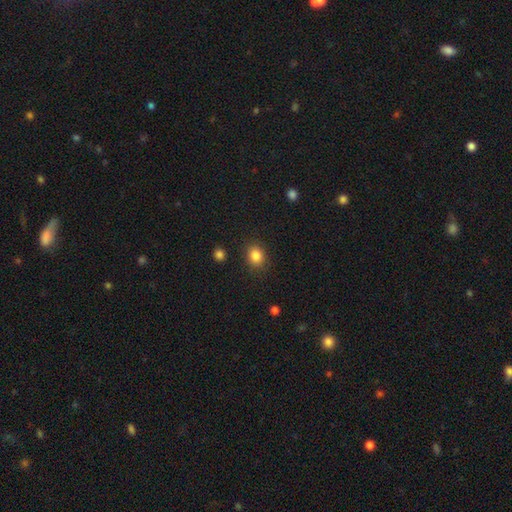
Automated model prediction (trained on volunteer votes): A smooth galaxy with no disk features (85%) that is round (64%).

Vote fractions:
- Smooth or featured? smooth: 85% / star or artifact: 10% / featured or disk: 5%
- How rounded? round: 64% / in between: 35% / cigar-shaped: 1%
- Merging? none: 87% / minor disturbance: 9% / major disturbance: 3% / merger: 2%